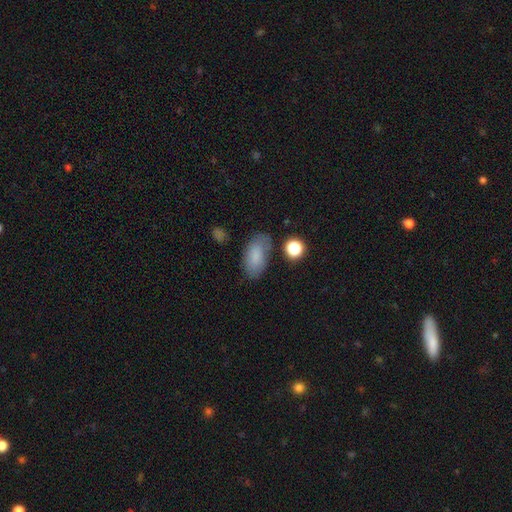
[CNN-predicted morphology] The model was most divided on "merging": none: 70%, minor disturbance: 19%, major disturbance: 6%, merger: 5%. More confident: how rounded — in between (92%); smooth or featured — smooth (81%).